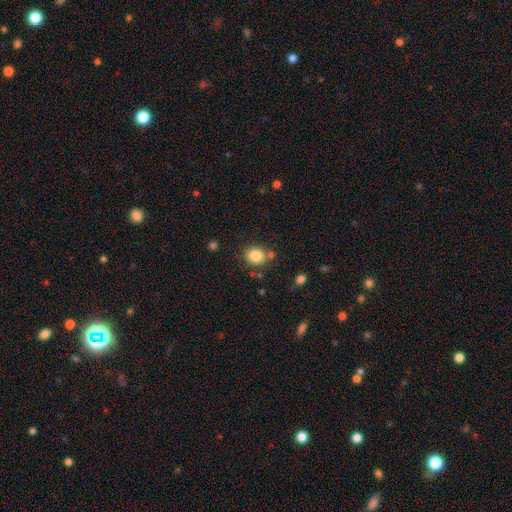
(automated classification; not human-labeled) Overall: smooth (84%). How rounded: round (70%). Merging: none (76%).